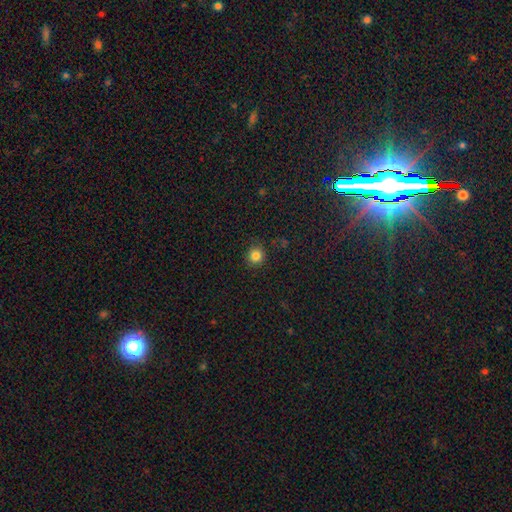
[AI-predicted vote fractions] Morphology: type=smooth (83%); roundness=round (93%); merging=none (89%).